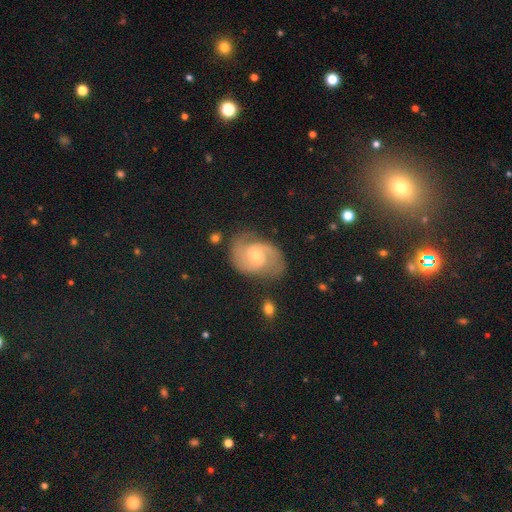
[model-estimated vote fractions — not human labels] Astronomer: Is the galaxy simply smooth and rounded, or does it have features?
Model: featured or disk — 86%.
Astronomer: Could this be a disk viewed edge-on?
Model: no — 98%.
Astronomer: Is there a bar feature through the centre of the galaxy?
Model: no — 53% (runner-up: weak, 40%).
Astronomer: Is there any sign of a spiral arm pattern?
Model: yes — 97%.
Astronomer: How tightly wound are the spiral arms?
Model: medium — 56%.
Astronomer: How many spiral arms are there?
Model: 2 — 88%.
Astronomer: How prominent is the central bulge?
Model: small — 54% (runner-up: moderate, 42%).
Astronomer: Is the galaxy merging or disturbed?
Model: none — 74%.